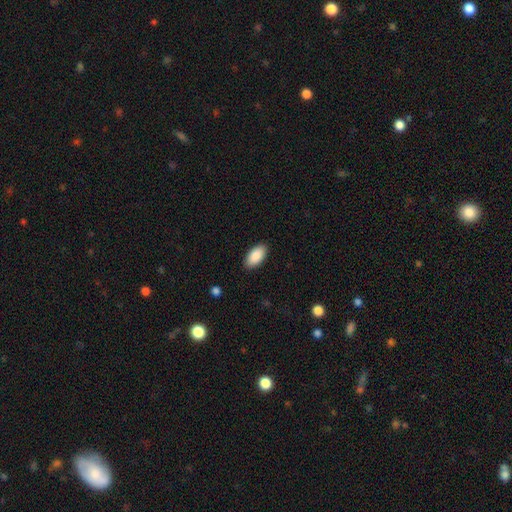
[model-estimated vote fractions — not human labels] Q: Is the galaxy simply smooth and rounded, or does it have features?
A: smooth — 89%.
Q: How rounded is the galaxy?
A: in between — 94%.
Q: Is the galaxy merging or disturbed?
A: none — 89%.